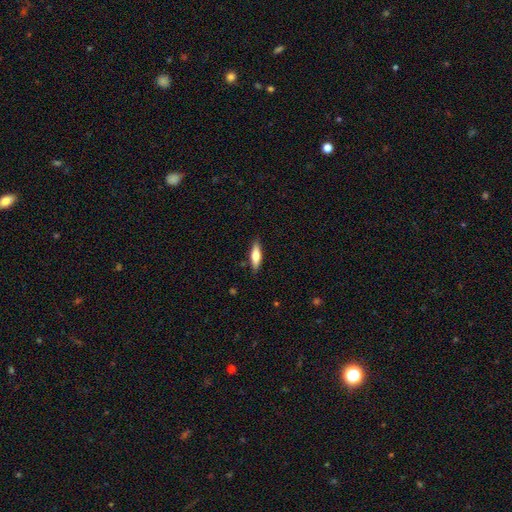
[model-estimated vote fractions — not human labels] A smooth galaxy with no disk features (64%) that is cigar-shaped (60%).

Vote fractions:
- Smooth or featured? smooth: 64% / featured or disk: 30% / star or artifact: 6%
- How rounded? cigar-shaped: 60% / in between: 38% / round: 2%
- Merging? none: 86% / minor disturbance: 11% / major disturbance: 2% / merger: 1%